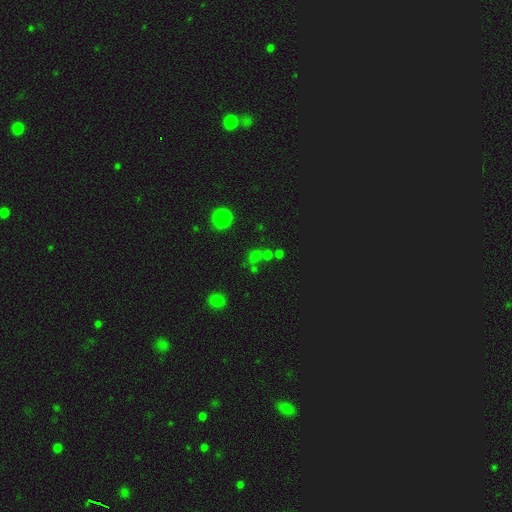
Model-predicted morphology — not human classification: This appears to be a smooth galaxy with no disk features (56%) that is round (77%). Merging: none (55%).